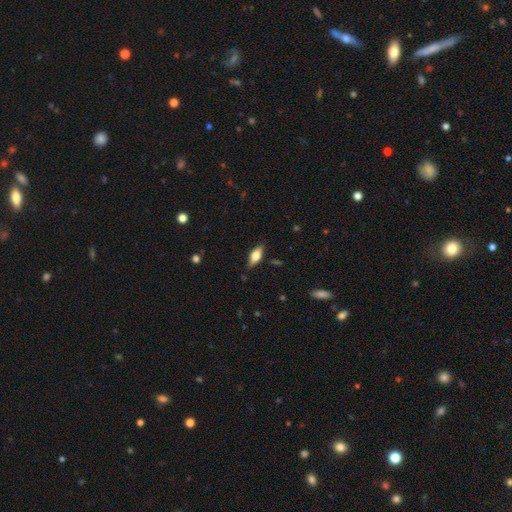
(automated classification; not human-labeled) Smooth or featured: smooth — 56% (featured or disk — 37%)
How rounded: in between — 73% (cigar-shaped — 24%)
Merging: none — 83% (minor disturbance — 13%)